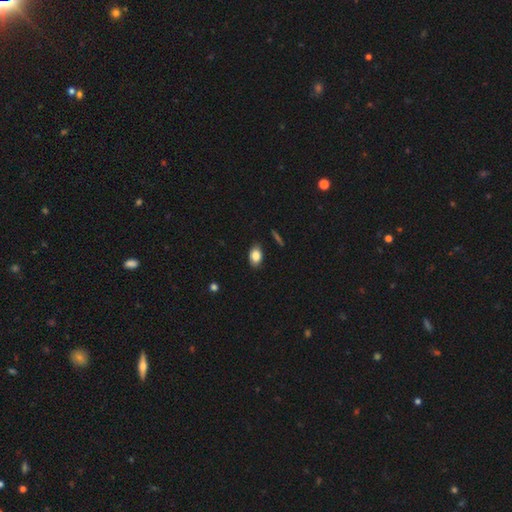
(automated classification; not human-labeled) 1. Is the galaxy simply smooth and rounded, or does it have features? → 84% smooth, 8% featured or disk, 8% star or artifact.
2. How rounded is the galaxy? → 87% in between, 11% round, 2% cigar-shaped.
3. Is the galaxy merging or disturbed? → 85% none, 12% minor disturbance, 2% major disturbance, 1% merger.